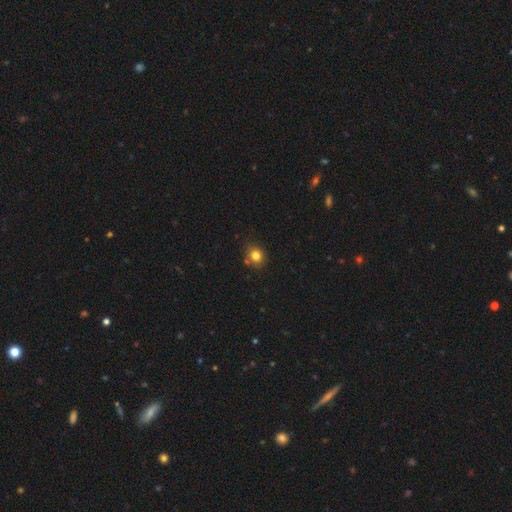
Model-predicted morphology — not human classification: The model was most divided on "how rounded": round: 74%, in between: 25%, cigar-shaped: 1%. More confident: smooth or featured — smooth (80%); merging — none (78%).